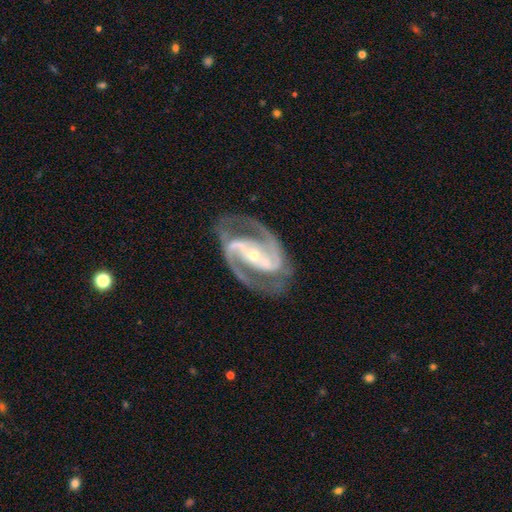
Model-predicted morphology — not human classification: Smooth or featured? featured or disk (92%)
Edge-on disk? no (97%)
Bar? strong (58%)
Spiral arms? yes (98%)
Spiral winding? medium (58%)
Spiral arm count? 2 (93%)
Bulge size? small (63%)
Merging? none (79%)